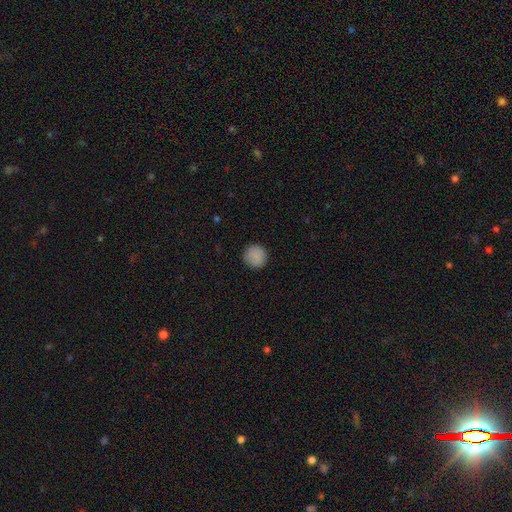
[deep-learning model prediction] Overall: smooth (88%). How rounded: round (95%). Merging: none (91%).